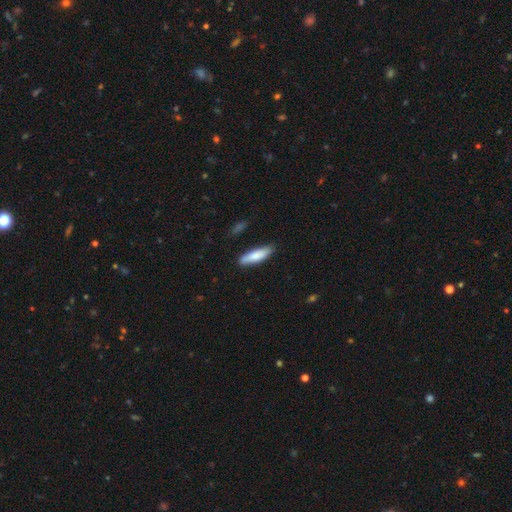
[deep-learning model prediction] A smooth galaxy with no disk features (80%) that is cigar-shaped (63%).

Vote fractions:
- Smooth or featured? smooth: 80% / featured or disk: 15% / star or artifact: 5%
- How rounded? cigar-shaped: 63% / in between: 36% / round: 2%
- Merging? none: 83% / minor disturbance: 13% / major disturbance: 2% / merger: 2%